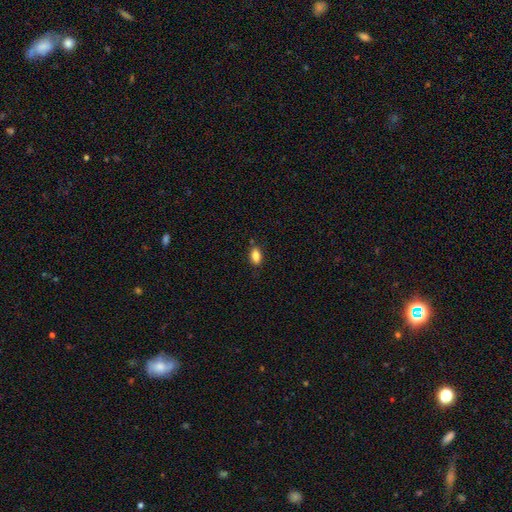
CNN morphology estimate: type=smooth (86%); roundness=in between (88%); merging=none (83%).